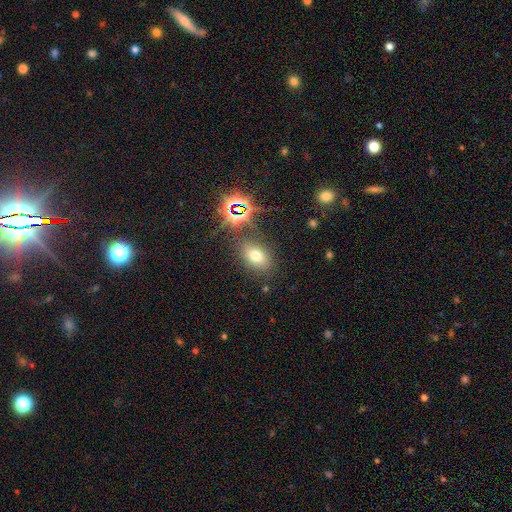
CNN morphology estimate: Smooth or featured?
  - smooth: 63% *
  - star or artifact: 25%
  - featured or disk: 12%
How rounded?
  - in between: 78% *
  - round: 20%
  - cigar-shaped: 2%
Merging?
  - none: 79% *
  - minor disturbance: 12%
  - major disturbance: 5%
  - merger: 4%